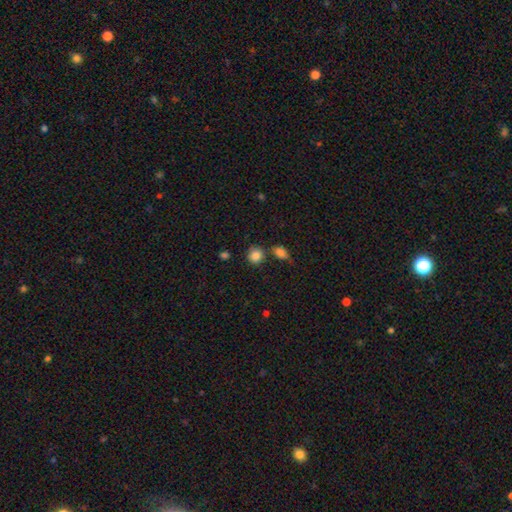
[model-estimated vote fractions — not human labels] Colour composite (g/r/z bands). It shows a smooth galaxy with no disk features (85%) that is round (83%). Merging: none (70%).